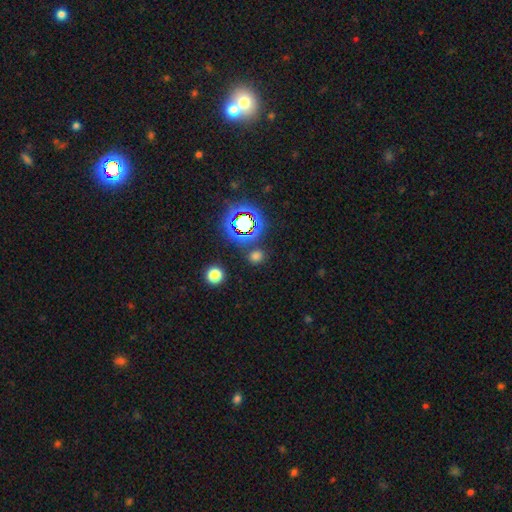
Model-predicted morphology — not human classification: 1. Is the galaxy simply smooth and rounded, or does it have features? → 62% smooth, 32% star or artifact, 6% featured or disk.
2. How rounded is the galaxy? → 81% round, 18% in between, 1% cigar-shaped.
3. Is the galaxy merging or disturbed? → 82% none, 8% minor disturbance, 6% merger, 4% major disturbance.